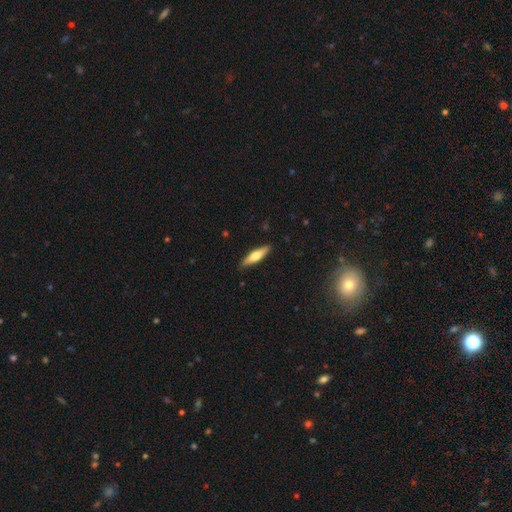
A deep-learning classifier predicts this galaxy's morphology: Smooth or featured? Predicted: smooth (p=0.57). How rounded? Predicted: cigar-shaped (p=0.74). Merging? Predicted: none (p=0.89).